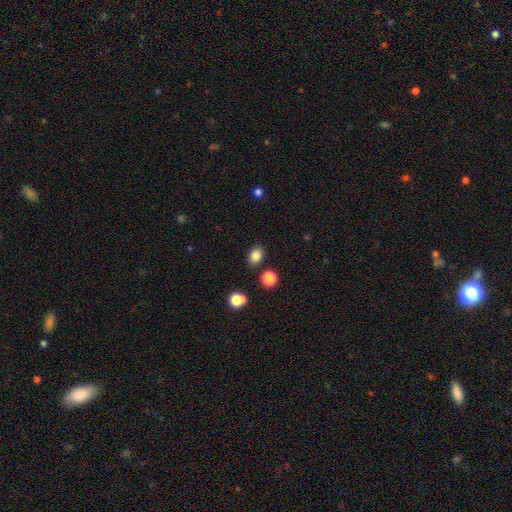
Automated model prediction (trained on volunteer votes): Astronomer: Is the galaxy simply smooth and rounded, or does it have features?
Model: smooth — 84%.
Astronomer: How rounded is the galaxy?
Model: in between — 62% (runner-up: round, 37%).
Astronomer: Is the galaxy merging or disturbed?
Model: none — 86%.